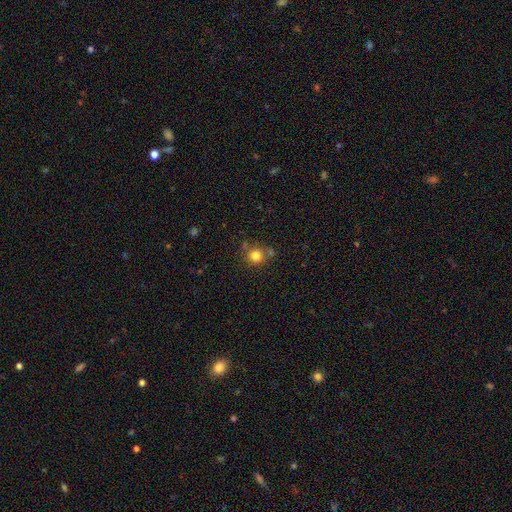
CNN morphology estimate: smooth_or_featured: smooth (p=0.80) [alt: star or artifact p=0.12]
how_rounded: round (p=0.90) [alt: in between p=0.09]
merging: none (p=0.69) [alt: merger p=0.15]